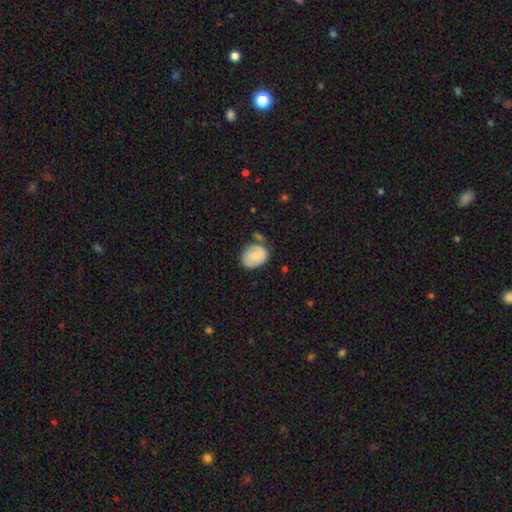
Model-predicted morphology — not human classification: Overall: smooth (78%). How rounded: in between (64%; round 36%). Merging: none (57%; minor disturbance 27%).